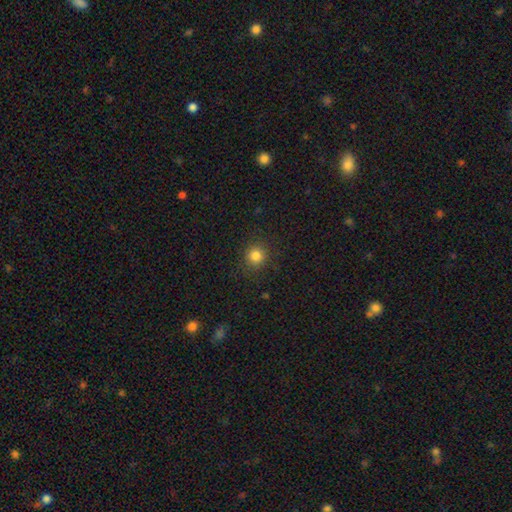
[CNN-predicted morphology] Overall: smooth (82%). How rounded: round (91%). Merging: none (88%).